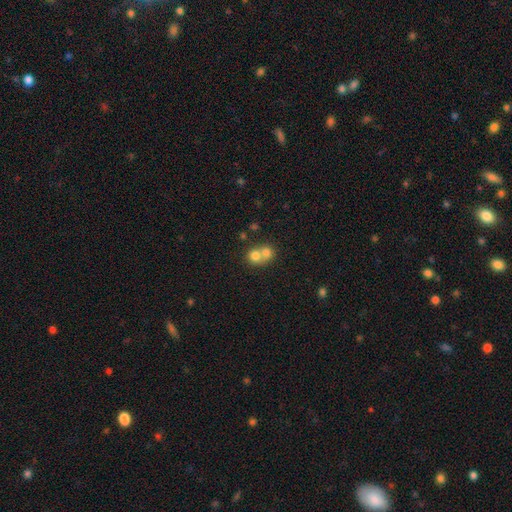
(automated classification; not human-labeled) Morphology: type=smooth (74%); roundness=round (78%); merging=merger (67%).